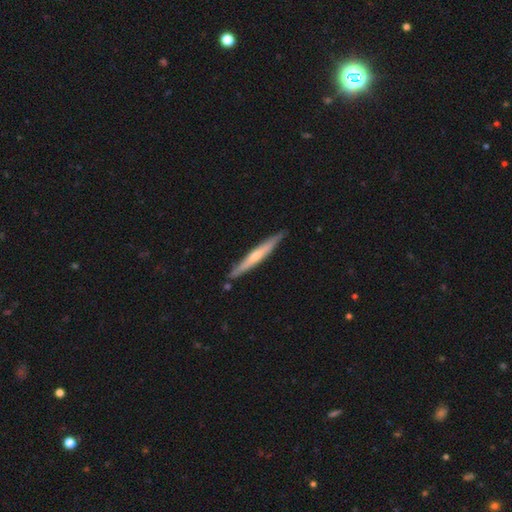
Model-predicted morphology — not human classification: This appears to be a featured or disk galaxy (67%) viewed edge-on (96%) with a rounded central bulge (73%). Merging: none (89%).